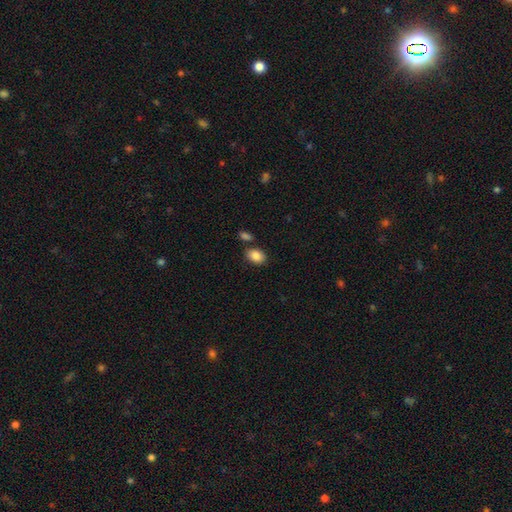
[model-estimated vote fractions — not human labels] Smooth or featured? Predicted: smooth (p=0.87). How rounded? Predicted: in between (p=0.78). Merging? Predicted: none (p=0.76).